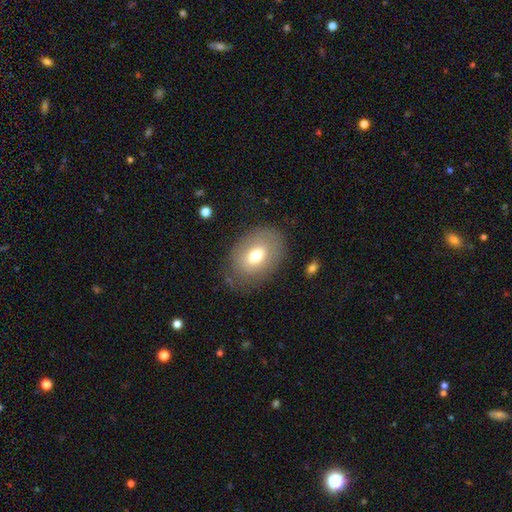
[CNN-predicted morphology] A smooth galaxy with no disk features (66%) that is in between round and cigar-shaped (70%).

Vote fractions:
- Smooth or featured? smooth: 66% / featured or disk: 25% / star or artifact: 9%
- How rounded? in between: 70% / round: 29% / cigar-shaped: 1%
- Merging? none: 73% / minor disturbance: 17% / major disturbance: 8% / merger: 2%